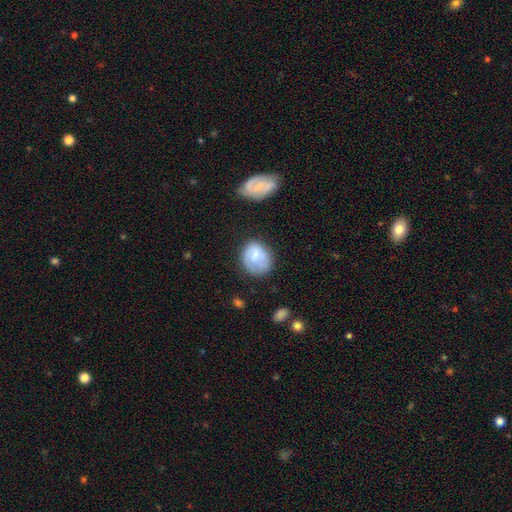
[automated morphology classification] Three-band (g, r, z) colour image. It shows a smooth galaxy with no disk features (66%) that is round (55%). Merging: none (60%).